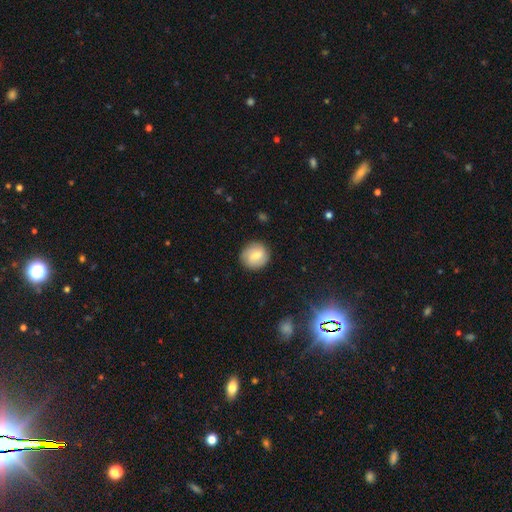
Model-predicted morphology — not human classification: smooth 72%, featured or disk 20%, star or artifact 8%. Down the decision tree: how rounded — round (89%); merging — none (87%).